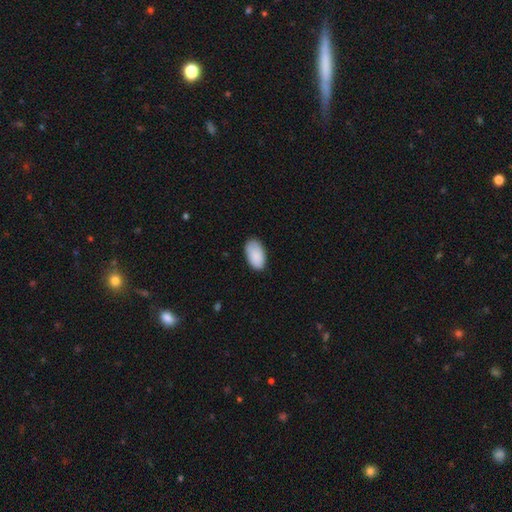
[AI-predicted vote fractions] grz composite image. It shows a smooth galaxy with no disk features (89%) that is in between round and cigar-shaped (95%). Merging: none (80%).